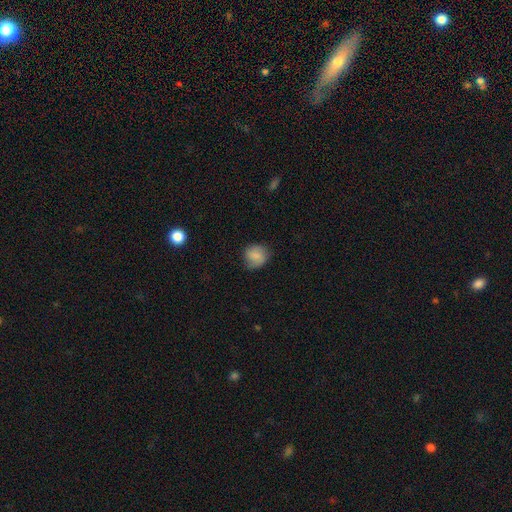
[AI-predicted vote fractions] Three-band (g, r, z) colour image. It shows a smooth galaxy with no disk features (76%) that is round (78%). Merging: none (74%).